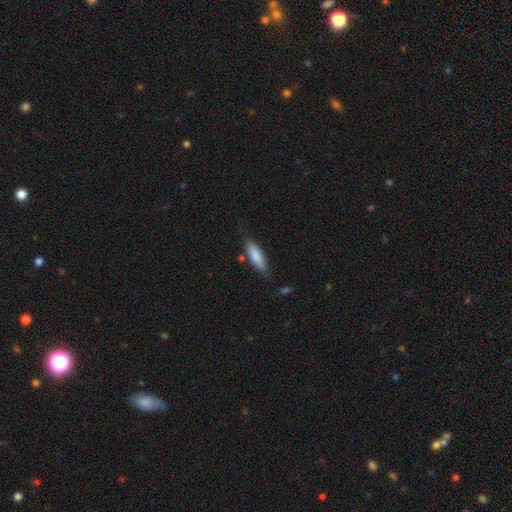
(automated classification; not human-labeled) A smooth galaxy with no disk features (82%) that is cigar-shaped (58%). Merging: none (77%).